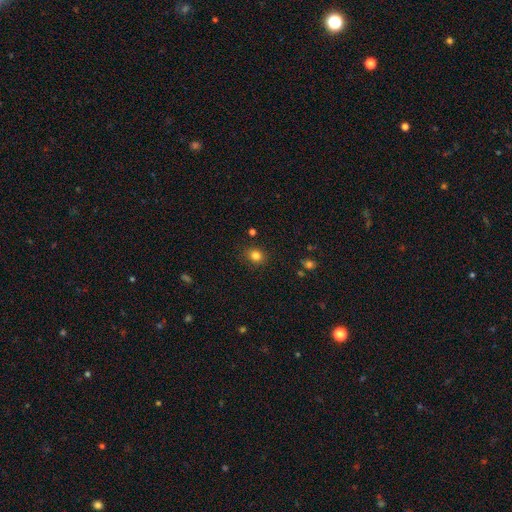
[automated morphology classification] The model was most divided on "how rounded": round: 72%, in between: 27%, cigar-shaped: 1%. More confident: merging — none (87%); smooth or featured — smooth (82%).